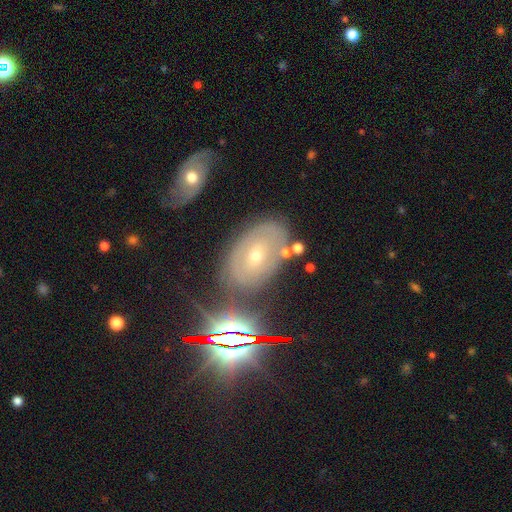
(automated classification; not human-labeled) Overall: featured or disk (56%; smooth 22%). Edge-on disk: no (91%). Bar: no (61%; weak 28%). Spiral arms: yes (56%; no 44%). Bulge size: small (58%; moderate 39%). Merging: none (74%).